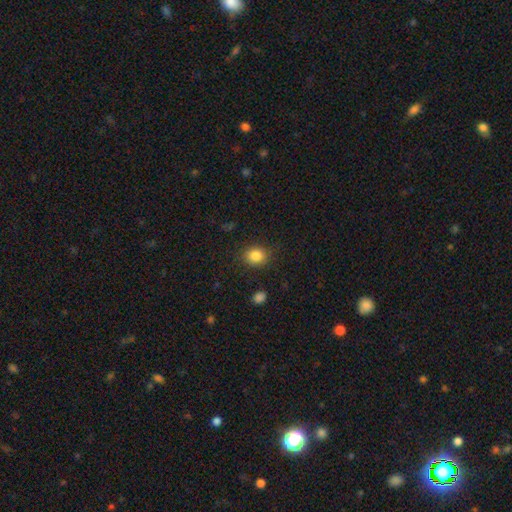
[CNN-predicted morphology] Smooth or featured? smooth (85%)
How rounded? round (60%)
Merging? none (83%)